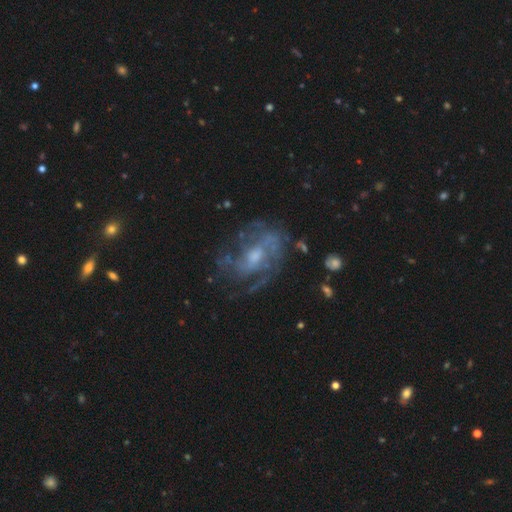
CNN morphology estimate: Overall: featured or disk (83%). Edge-on disk: no (96%). Bar: no (45%; weak 42%). Spiral arms: yes (84%). Spiral arm count: 2 (35%; can't tell 33%). Spiral winding: medium (44%; tight 33%). Bulge size: moderate (52%; small 35%). Merging: none (62%).